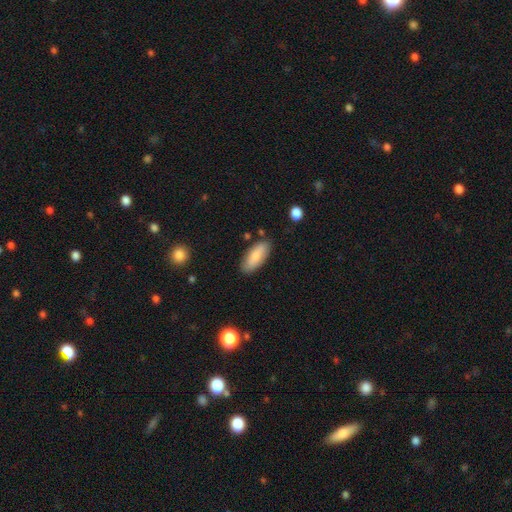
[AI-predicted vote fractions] A smooth galaxy with no disk features (80%) that is in between round and cigar-shaped (79%).

Vote fractions:
- Smooth or featured? smooth: 80% / featured or disk: 14% / star or artifact: 6%
- How rounded? in between: 79% / cigar-shaped: 19% / round: 2%
- Merging? none: 83% / minor disturbance: 12% / major disturbance: 2% / merger: 2%